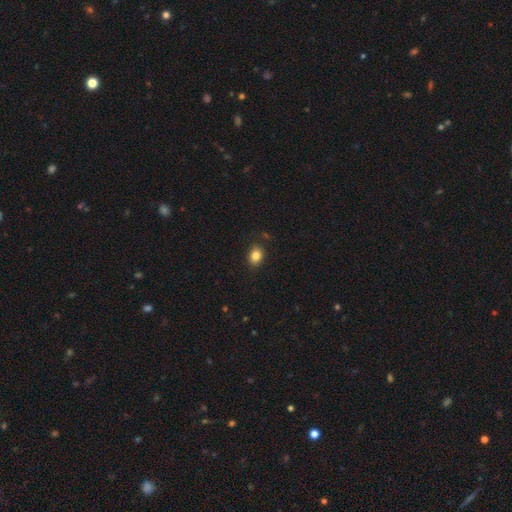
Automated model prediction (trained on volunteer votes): This appears to be a smooth galaxy with no disk features (84%) that is in between round and cigar-shaped (52%). Merging: none (85%).